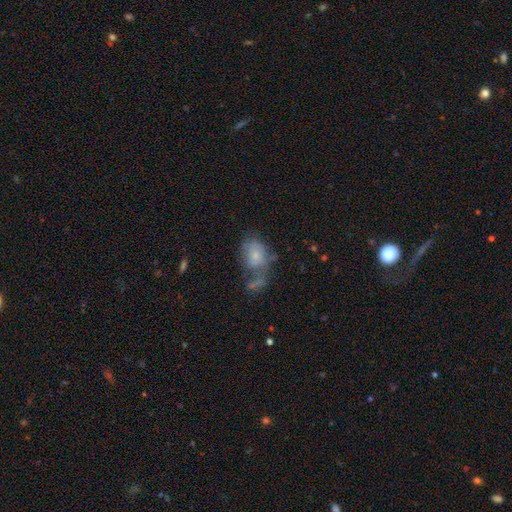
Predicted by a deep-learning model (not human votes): smooth 60%, featured or disk 30%, star or artifact 10%. Down the decision tree: how rounded — in between (70%); merging — merger (29%).